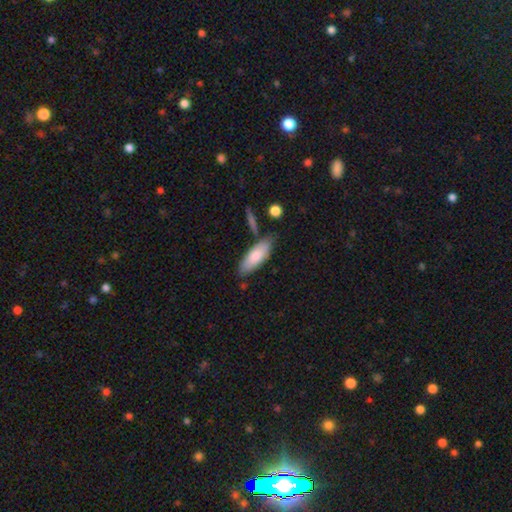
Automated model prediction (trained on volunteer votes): Smooth or featured?
  - smooth: 78% *
  - featured or disk: 16%
  - star or artifact: 5%
How rounded?
  - in between: 69% *
  - cigar-shaped: 29%
  - round: 2%
Merging?
  - none: 73% *
  - minor disturbance: 16%
  - merger: 7%
  - major disturbance: 3%